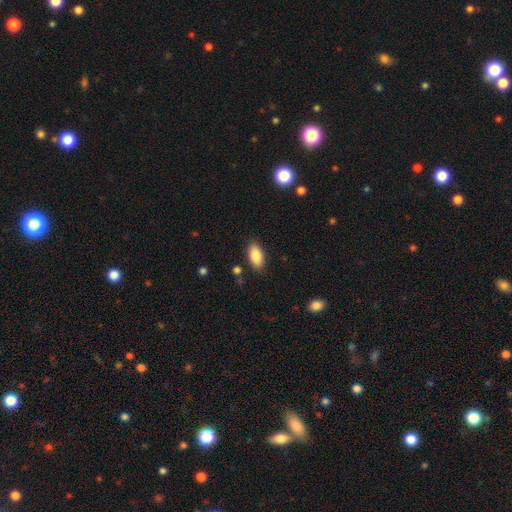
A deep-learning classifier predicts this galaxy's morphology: A smooth galaxy with no disk features (86%) that is in between round and cigar-shaped (91%).

Vote fractions:
- Smooth or featured? smooth: 86% / star or artifact: 7% / featured or disk: 7%
- How rounded? in between: 91% / cigar-shaped: 6% / round: 3%
- Merging? none: 85% / minor disturbance: 10% / major disturbance: 3% / merger: 2%